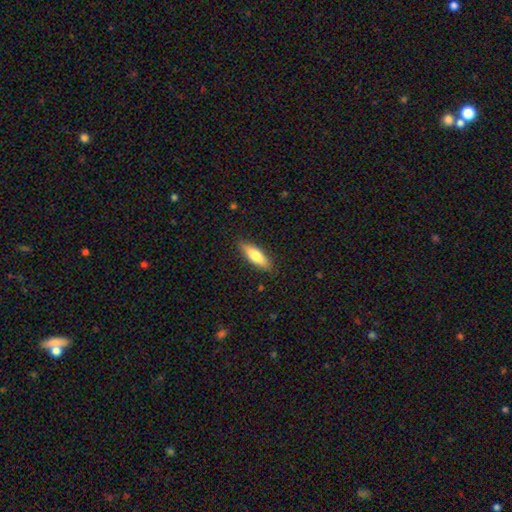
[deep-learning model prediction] smooth 74%, featured or disk 21%, star or artifact 6%. Down the decision tree: how rounded — cigar-shaped (51%); merging — none (87%).